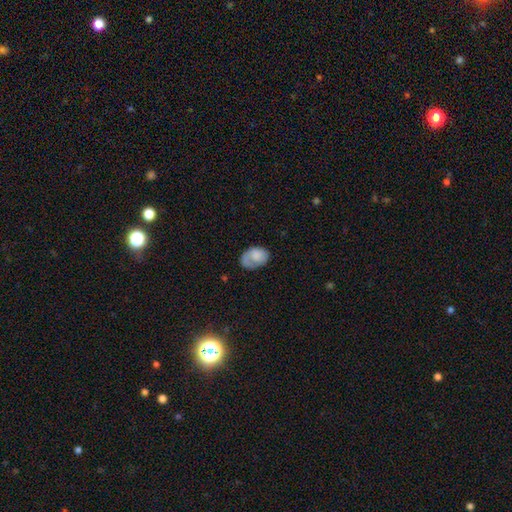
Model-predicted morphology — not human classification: type=smooth (71%); roundness=in between (80%); merging=none (48%).